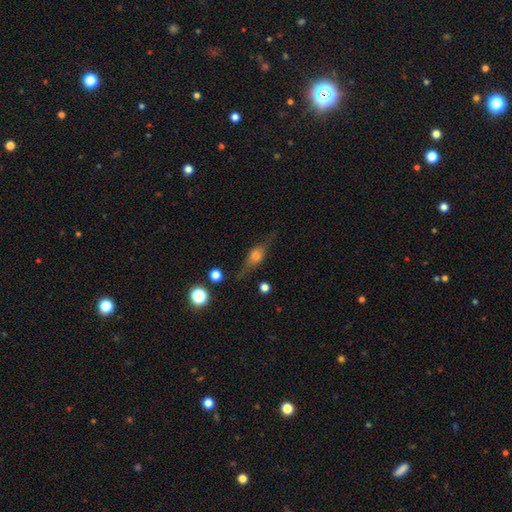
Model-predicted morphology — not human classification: The model was most divided on "smooth or featured": featured or disk: 50%, smooth: 38%, star or artifact: 12%. More confident: edge-on disk — yes (82%); merging — none (68%).